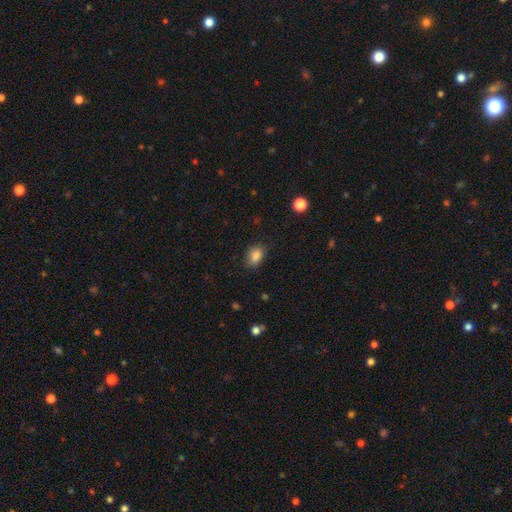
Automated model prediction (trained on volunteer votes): smooth_or_featured: smooth (p=0.86) [alt: star or artifact p=0.09]
how_rounded: in between (p=0.80) [alt: round p=0.19]
merging: none (p=0.81) [alt: minor disturbance p=0.14]